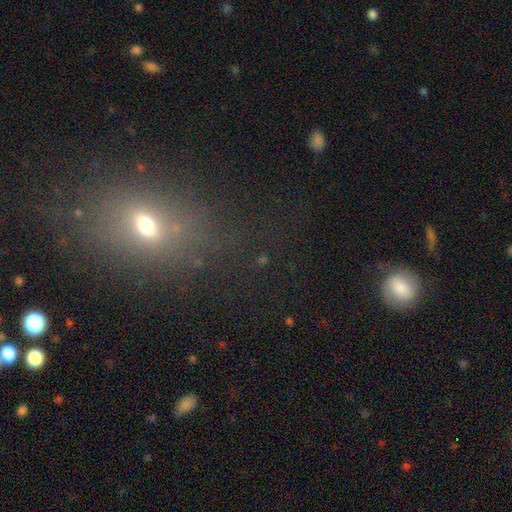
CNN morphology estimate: A smooth galaxy with no disk features (51%) that is in between round and cigar-shaped (56%).

Vote fractions:
- Smooth or featured? smooth: 51% / star or artifact: 34% / featured or disk: 15%
- How rounded? in between: 56% / round: 39% / cigar-shaped: 5%
- Merging? none: 75% / minor disturbance: 13% / major disturbance: 8% / merger: 4%